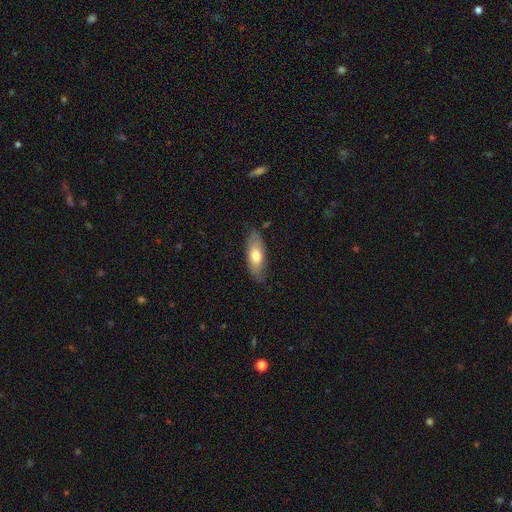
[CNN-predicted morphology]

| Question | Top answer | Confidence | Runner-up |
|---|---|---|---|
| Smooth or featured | smooth | 70% | featured or disk (25%) |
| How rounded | in between | 76% | cigar-shaped (22%) |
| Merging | none | 79% | minor disturbance (17%) |